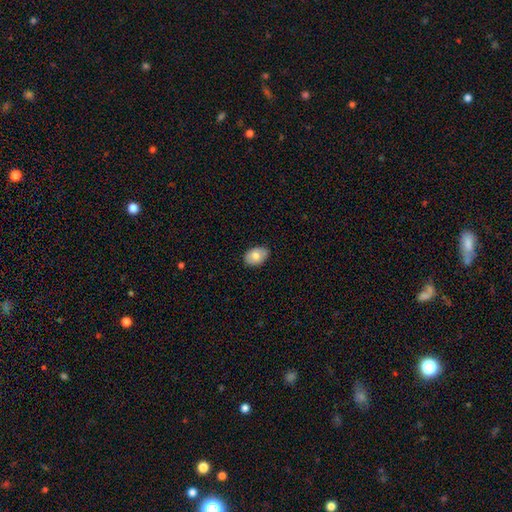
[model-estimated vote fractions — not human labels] smooth_or_featured: smooth (p=0.79) [alt: featured or disk p=0.14]
how_rounded: in between (p=0.83) [alt: round p=0.16]
merging: none (p=0.84) [alt: minor disturbance p=0.13]